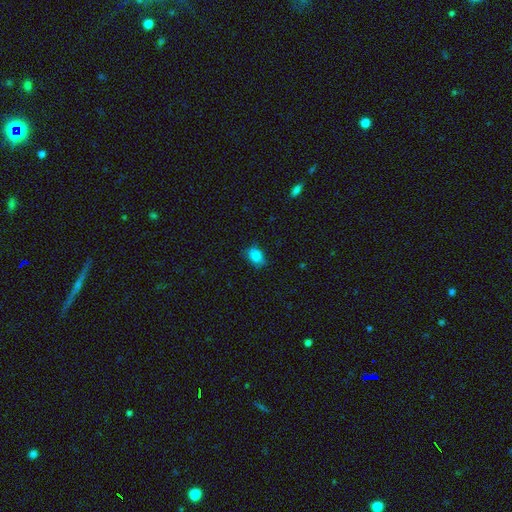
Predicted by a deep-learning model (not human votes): Q: Smooth or featured?
A: smooth (85%); runner-up: star or artifact (9%)
Q: How rounded?
A: in between (74%); runner-up: round (24%)
Q: Merging?
A: none (77%); runner-up: minor disturbance (18%)